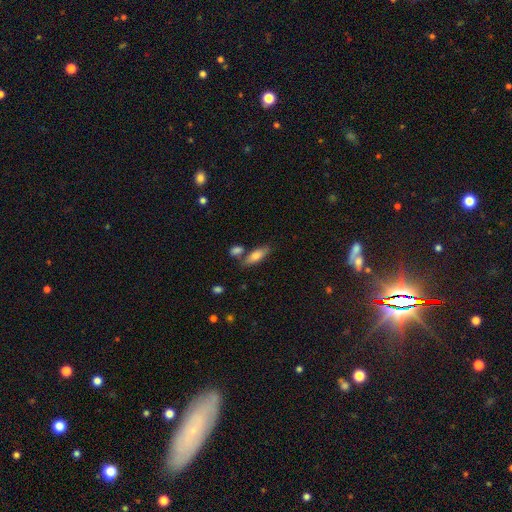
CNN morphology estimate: A smooth galaxy with no disk features (72%) that is in between round and cigar-shaped (64%). Merging: none (66%).